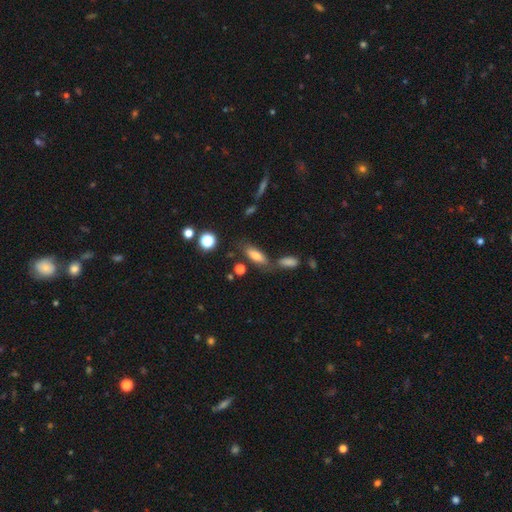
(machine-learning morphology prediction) This appears to be a smooth galaxy with no disk features (74%) that is in between round and cigar-shaped (66%). Merging: none (65%).